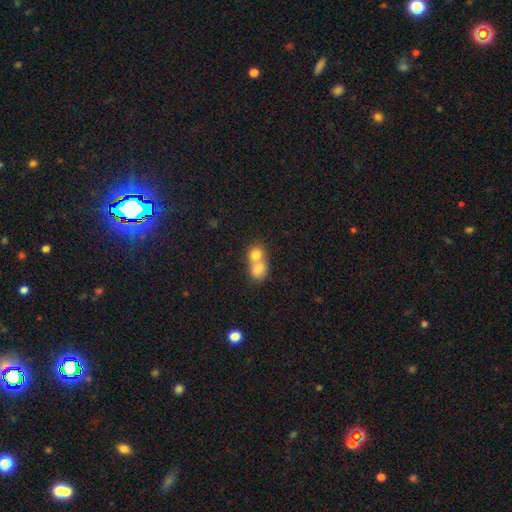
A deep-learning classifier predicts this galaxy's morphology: smooth_or_featured: smooth (p=0.77) [alt: featured or disk p=0.14]
how_rounded: round (p=0.67) [alt: in between p=0.32]
merging: merger (p=0.71) [alt: none p=0.22]